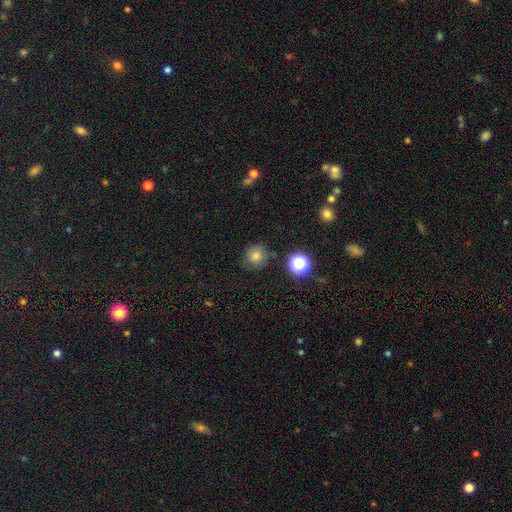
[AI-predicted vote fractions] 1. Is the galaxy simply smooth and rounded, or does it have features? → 76% smooth, 16% star or artifact, 8% featured or disk.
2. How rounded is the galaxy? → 88% round, 11% in between, 1% cigar-shaped.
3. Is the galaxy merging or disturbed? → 78% none, 15% minor disturbance, 4% major disturbance, 3% merger.